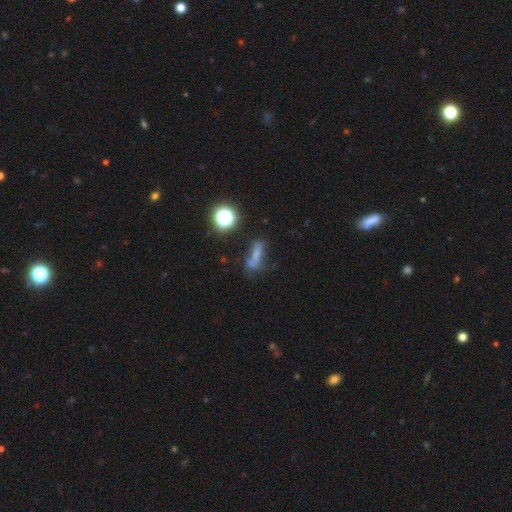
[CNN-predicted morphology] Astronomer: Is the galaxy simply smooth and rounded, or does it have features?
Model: smooth — 53%.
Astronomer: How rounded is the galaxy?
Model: cigar-shaped — 46% (runner-up: in between, 41%).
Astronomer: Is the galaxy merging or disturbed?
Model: none — 43% (runner-up: minor disturbance, 22%).